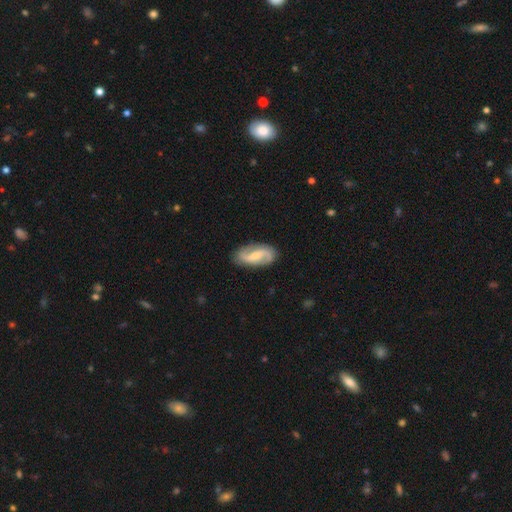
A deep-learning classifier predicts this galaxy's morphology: Smooth or featured? Predicted: featured or disk (p=0.79). Edge-on disk? Predicted: no (p=0.96). Bar? Predicted: weak (p=0.50). Spiral arms? Predicted: yes (p=0.95). Spiral winding? Predicted: loose (p=0.46). Spiral arm count? Predicted: 2 (p=0.91). Bulge size? Predicted: small (p=0.47). Merging? Predicted: none (p=0.83).